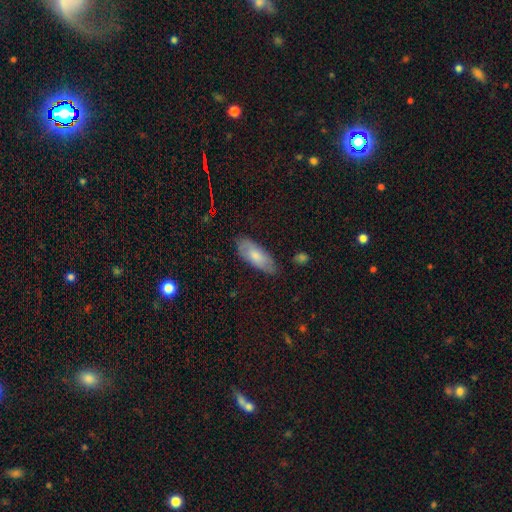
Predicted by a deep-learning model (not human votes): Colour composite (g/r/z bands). It shows a smooth galaxy with no disk features (71%) that is in between round and cigar-shaped (77%). Merging: none (77%).